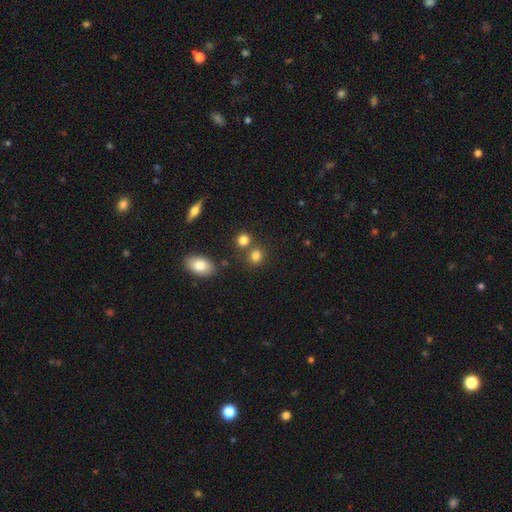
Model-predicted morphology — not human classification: type=smooth (81%); roundness=round (76%); merging=none (68%).